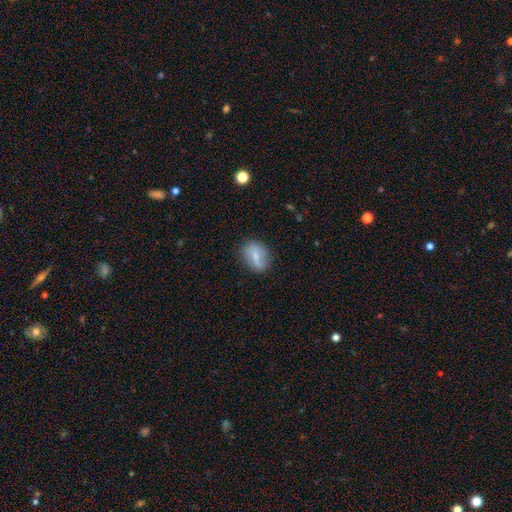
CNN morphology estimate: Smooth or featured?
  - smooth: 59% *
  - featured or disk: 33%
  - star or artifact: 8%
How rounded?
  - in between: 69% *
  - round: 27%
  - cigar-shaped: 4%
Merging?
  - none: 73% *
  - minor disturbance: 19%
  - major disturbance: 6%
  - merger: 2%